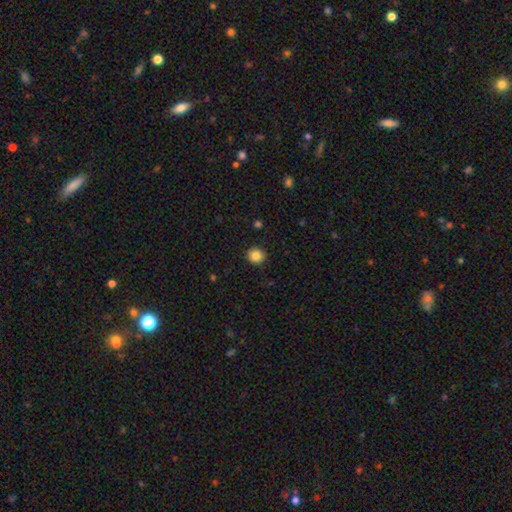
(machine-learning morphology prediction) smooth-or-featured: smooth: 85% | star or artifact: 10% | featured or disk: 5%
  how-rounded: round: 91% | in between: 8% | cigar-shaped: 1%
  merging: none: 92% | minor disturbance: 6% | major disturbance: 2% | merger: 1%